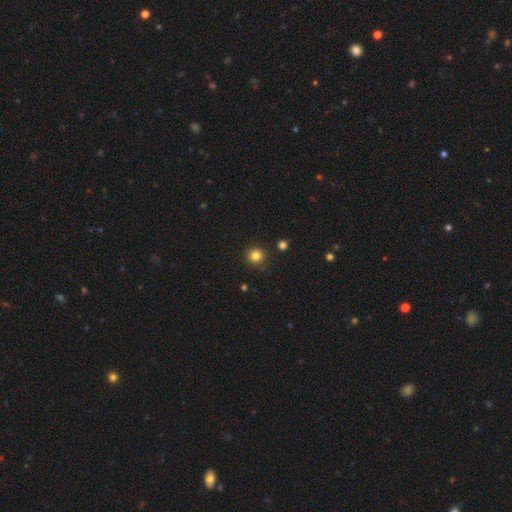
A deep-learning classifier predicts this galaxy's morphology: Overall: smooth (83%). How rounded: round (93%). Merging: none (89%).